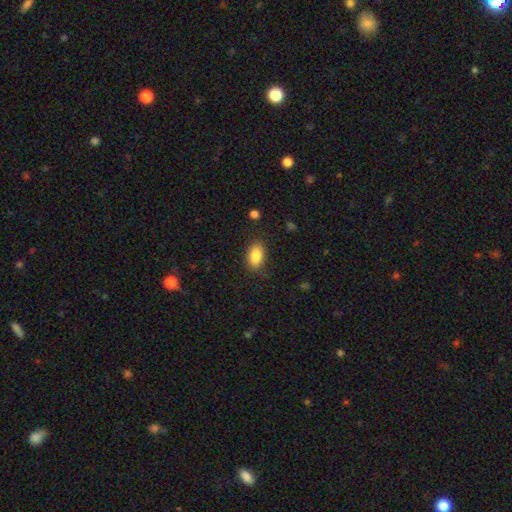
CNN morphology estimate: smooth-or-featured: smooth: 87% | star or artifact: 8% | featured or disk: 6%
  how-rounded: in between: 89% | round: 9% | cigar-shaped: 2%
  merging: none: 82% | minor disturbance: 13% | major disturbance: 4% | merger: 1%